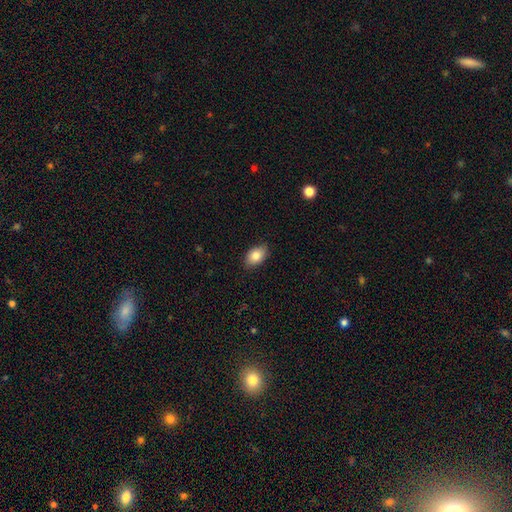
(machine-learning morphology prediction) Q: Smooth or featured?
A: smooth (84%); runner-up: featured or disk (9%)
Q: How rounded?
A: in between (89%); runner-up: round (10%)
Q: Merging?
A: none (86%); runner-up: minor disturbance (11%)